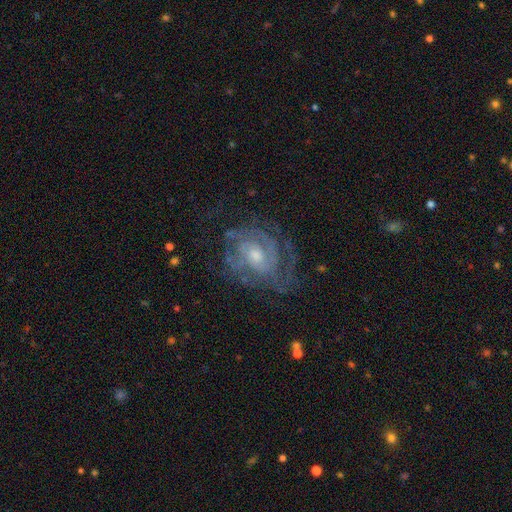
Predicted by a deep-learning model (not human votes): Q: Smooth or featured?
A: featured or disk (84%); runner-up: smooth (10%)
Q: Edge-on disk?
A: no (97%); runner-up: yes (3%)
Q: Bar?
A: no (66%); runner-up: weak (29%)
Q: Spiral arms?
A: yes (90%); runner-up: no (10%)
Q: Spiral winding?
A: tight (58%); runner-up: medium (32%)
Q: Spiral arm count?
A: can't tell (38%); runner-up: 2 (27%)
Q: Bulge size?
A: moderate (56%); runner-up: small (35%)
Q: Merging?
A: none (63%); runner-up: minor disturbance (20%)